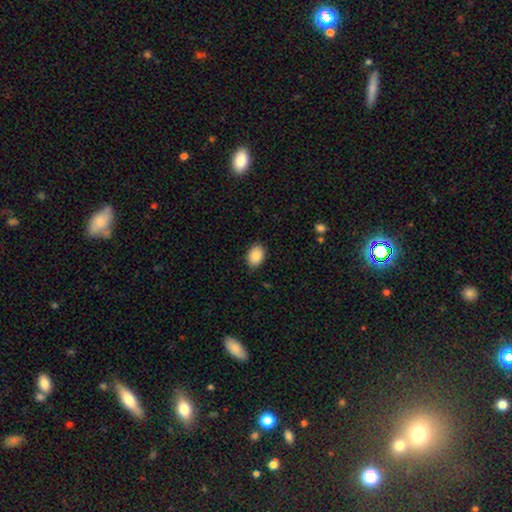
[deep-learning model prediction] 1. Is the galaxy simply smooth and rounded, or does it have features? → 89% smooth, 7% star or artifact, 4% featured or disk.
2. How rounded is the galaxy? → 81% in between, 18% round, 1% cigar-shaped.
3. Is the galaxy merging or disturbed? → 87% none, 10% minor disturbance, 2% major disturbance, 1% merger.